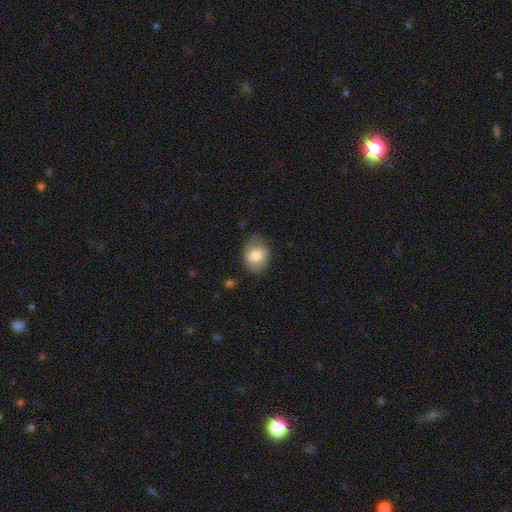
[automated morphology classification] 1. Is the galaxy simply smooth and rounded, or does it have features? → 74% smooth, 18% featured or disk, 8% star or artifact.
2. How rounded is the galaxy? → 61% in between, 38% round, 1% cigar-shaped.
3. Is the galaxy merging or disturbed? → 66% none, 26% minor disturbance, 7% major disturbance, 1% merger.